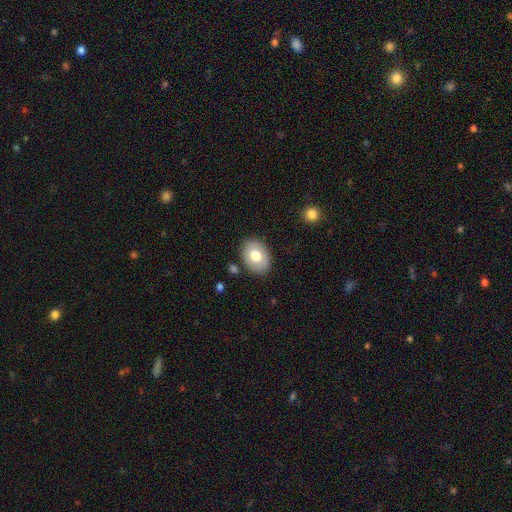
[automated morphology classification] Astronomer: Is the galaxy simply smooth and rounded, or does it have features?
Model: smooth — 72%.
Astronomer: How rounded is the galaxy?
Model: in between — 79%.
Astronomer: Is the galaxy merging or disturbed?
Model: none — 85%.